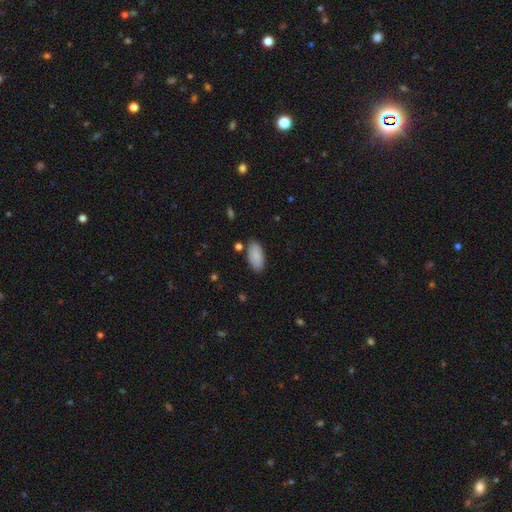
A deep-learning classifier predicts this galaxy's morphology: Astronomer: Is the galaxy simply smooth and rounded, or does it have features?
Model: smooth — 88%.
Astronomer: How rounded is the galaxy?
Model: in between — 93%.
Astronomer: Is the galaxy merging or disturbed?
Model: none — 83%.